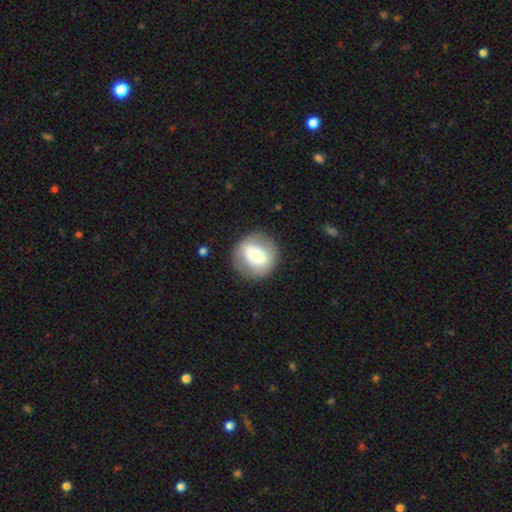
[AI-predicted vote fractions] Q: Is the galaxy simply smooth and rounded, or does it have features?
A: smooth — 62%.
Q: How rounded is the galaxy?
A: round — 88%.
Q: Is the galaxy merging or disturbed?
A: none — 85%.